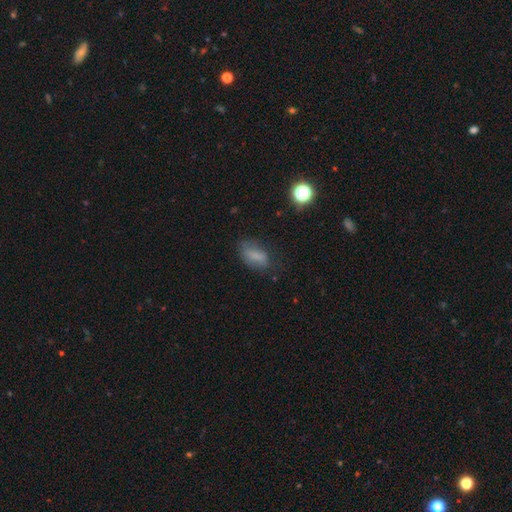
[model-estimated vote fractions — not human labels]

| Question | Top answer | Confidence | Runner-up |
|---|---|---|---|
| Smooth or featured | smooth | 75% | featured or disk (14%) |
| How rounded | in between | 86% | cigar-shaped (7%) |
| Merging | none | 61% | minor disturbance (26%) |